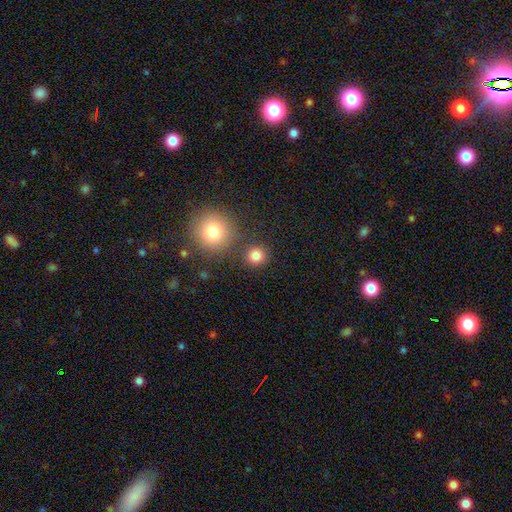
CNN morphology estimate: A smooth galaxy with no disk features (83%) that is round (91%). Merging: none (82%).